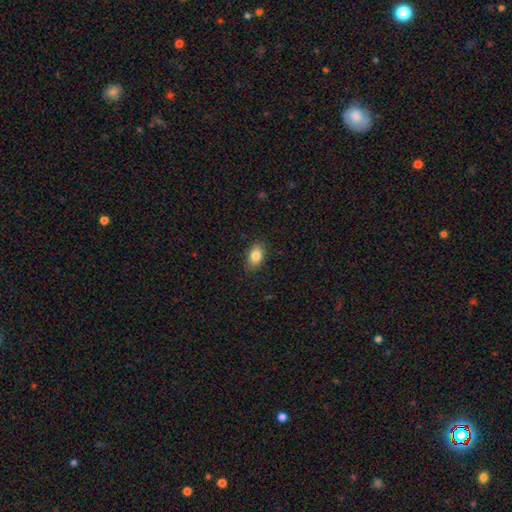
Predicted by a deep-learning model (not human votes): Smooth or featured: smooth — 84% (star or artifact — 8%)
How rounded: in between — 88% (round — 10%)
Merging: none — 86% (minor disturbance — 11%)